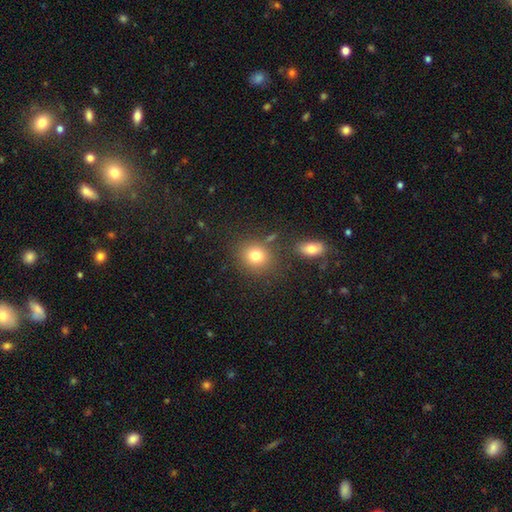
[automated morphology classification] Smooth or featured?
  - smooth: 79% *
  - star or artifact: 12%
  - featured or disk: 9%
How rounded?
  - round: 76% *
  - in between: 23%
  - cigar-shaped: 1%
Merging?
  - none: 77% *
  - minor disturbance: 10%
  - merger: 9%
  - major disturbance: 4%